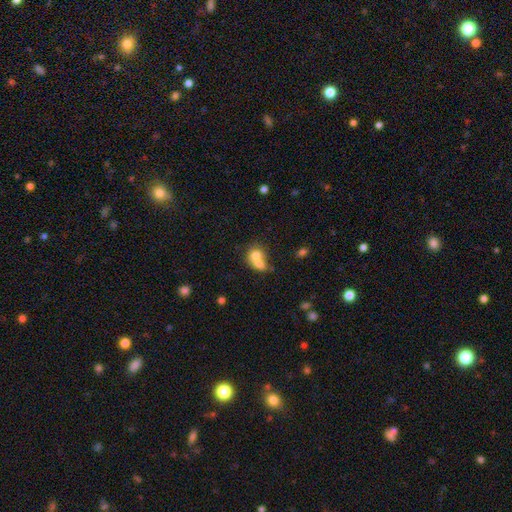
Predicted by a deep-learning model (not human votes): Smooth or featured? smooth (70%)
How rounded? round (58%)
Merging? merger (70%)